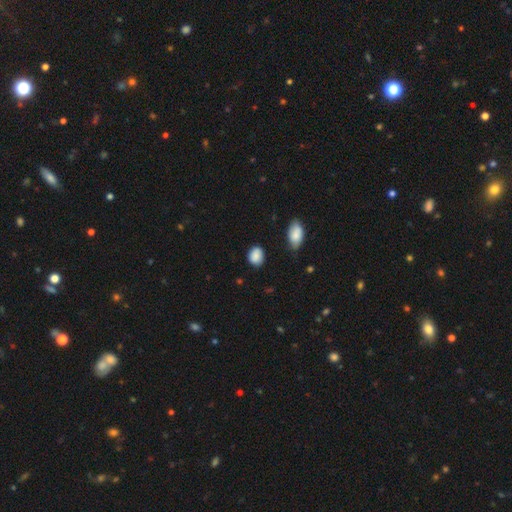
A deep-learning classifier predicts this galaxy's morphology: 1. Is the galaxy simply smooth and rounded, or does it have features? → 87% smooth, 8% star or artifact, 5% featured or disk.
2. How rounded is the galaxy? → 52% in between, 47% round, 1% cigar-shaped.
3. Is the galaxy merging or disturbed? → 78% none, 17% minor disturbance, 3% major disturbance, 2% merger.